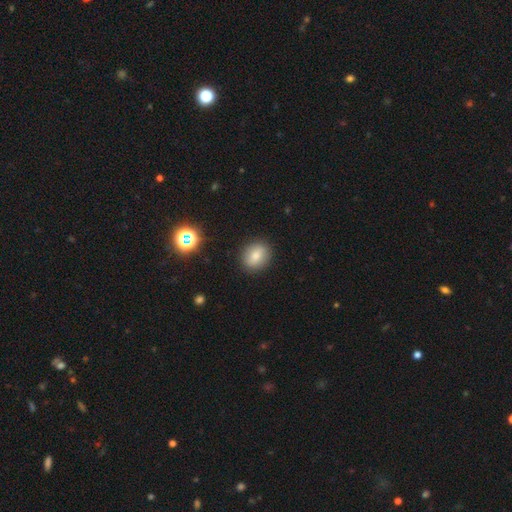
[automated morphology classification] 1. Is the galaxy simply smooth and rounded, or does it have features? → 80% smooth, 11% star or artifact, 10% featured or disk.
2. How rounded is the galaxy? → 55% round, 44% in between, 1% cigar-shaped.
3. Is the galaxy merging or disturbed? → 88% none, 8% minor disturbance, 2% major disturbance, 1% merger.